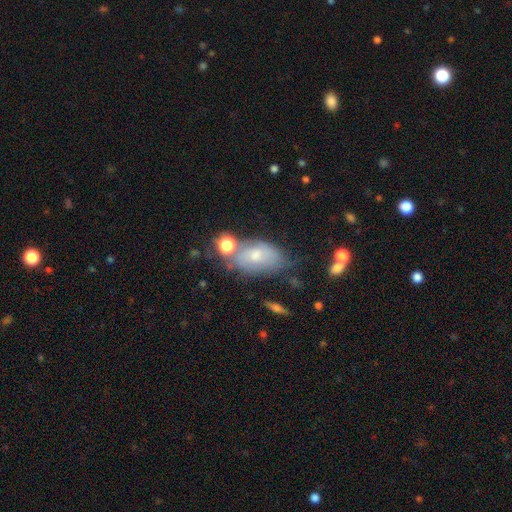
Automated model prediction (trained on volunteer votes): This is possibly a smooth galaxy (55%). How rounded: clearly in between (88%). Merging: possibly none (47%).